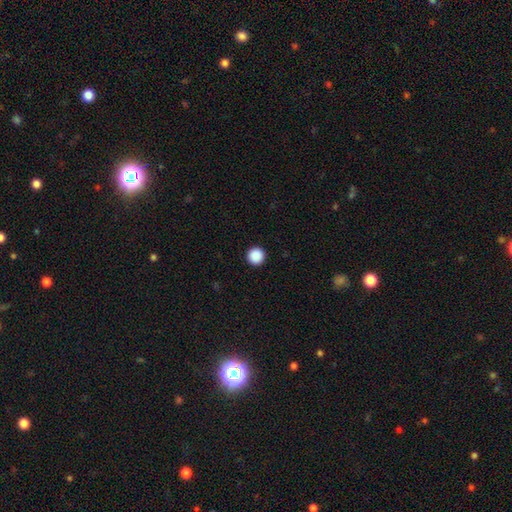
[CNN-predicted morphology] This is clearly a smooth galaxy (89%). How rounded: clearly round (97%). Merging: clearly none (94%).